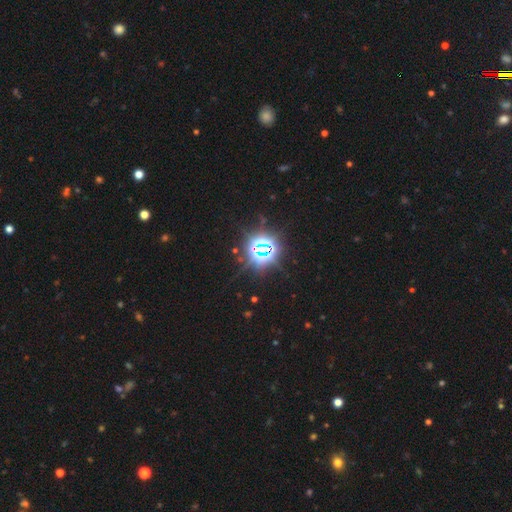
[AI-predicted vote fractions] star or artifact 81%, smooth 13%, featured or disk 6%.